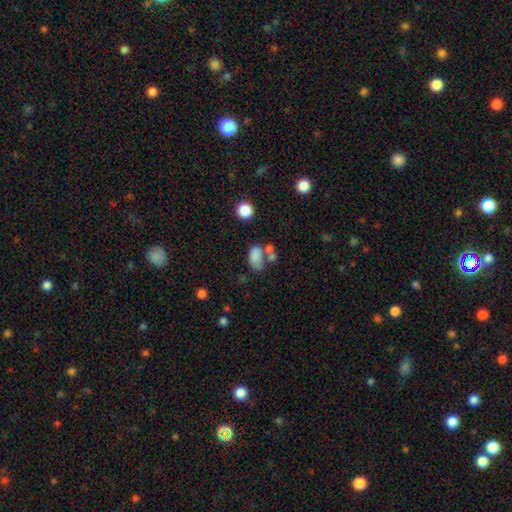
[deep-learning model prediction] Morphology: type=smooth (76%); roundness=in between (85%); merging=merger (36%).